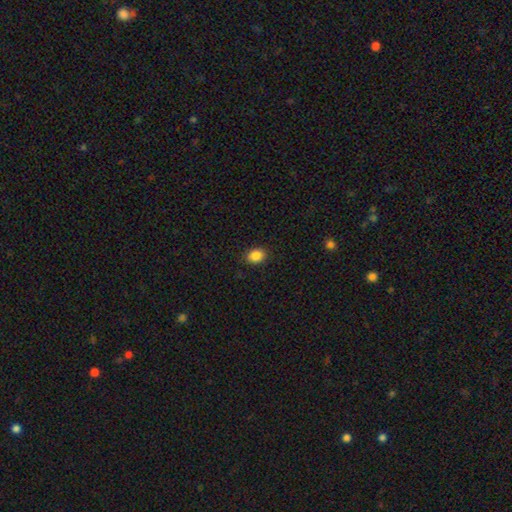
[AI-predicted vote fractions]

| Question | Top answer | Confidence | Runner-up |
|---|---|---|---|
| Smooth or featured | smooth | 87% | star or artifact (9%) |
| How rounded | in between | 55% | round (44%) |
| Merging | none | 89% | minor disturbance (7%) |